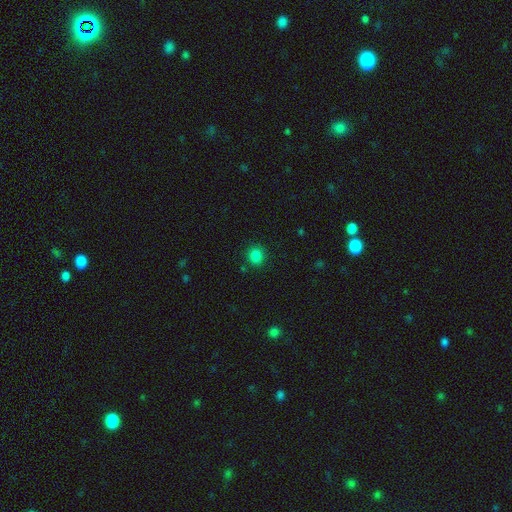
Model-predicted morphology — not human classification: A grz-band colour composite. It shows a smooth galaxy with no disk features (84%) that is round (83%). Merging: none (88%).